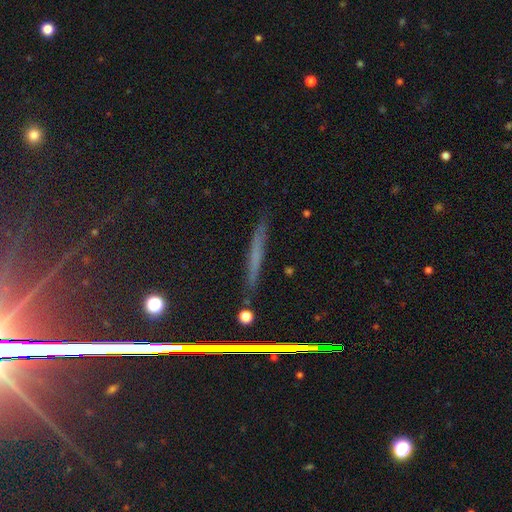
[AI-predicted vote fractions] featured or disk 37%, smooth 33%, star or artifact 30%. Down the decision tree: merging — none (86%).